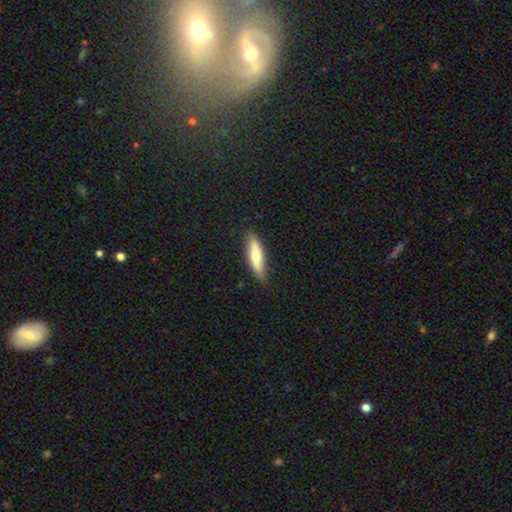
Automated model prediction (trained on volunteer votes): This appears to be a smooth galaxy with no disk features (72%) that is cigar-shaped (68%). Merging: none (84%).